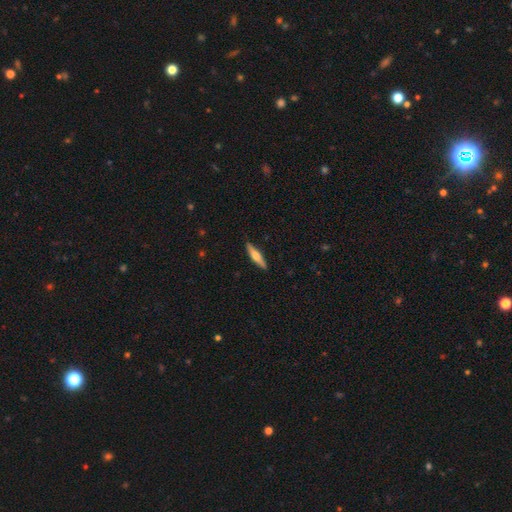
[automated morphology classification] smooth_or_featured: featured or disk (p=0.51) [alt: smooth p=0.43]
disk_edge_on: yes (p=0.95) [alt: no p=0.05]
merging: none (p=0.89) [alt: minor disturbance p=0.08]